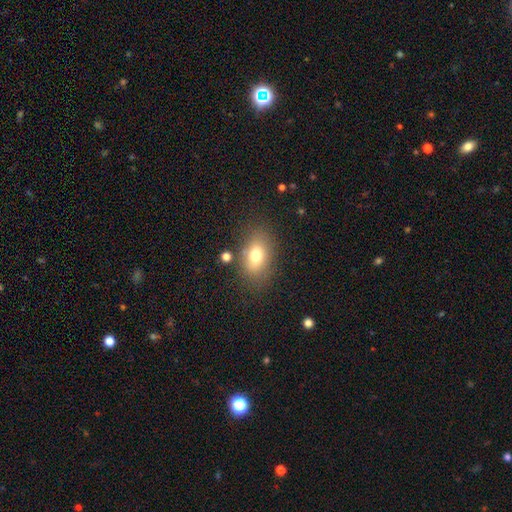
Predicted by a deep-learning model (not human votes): This is likely a smooth galaxy (72%). How rounded: likely in between (80%). Merging: likely none (76%).